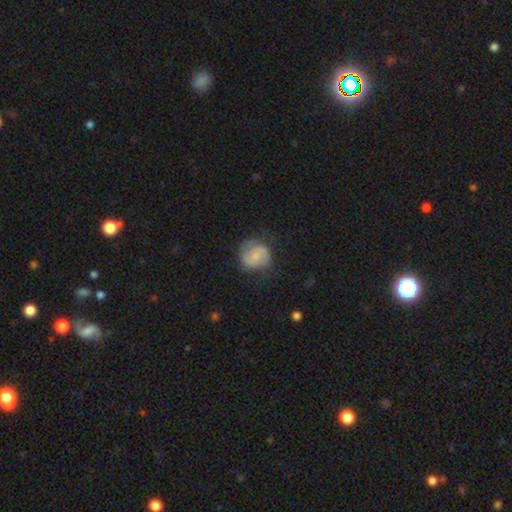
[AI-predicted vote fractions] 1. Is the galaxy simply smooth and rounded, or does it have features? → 47% smooth, 45% featured or disk, 8% star or artifact.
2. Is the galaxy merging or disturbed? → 65% none, 23% minor disturbance, 10% major disturbance, 2% merger.